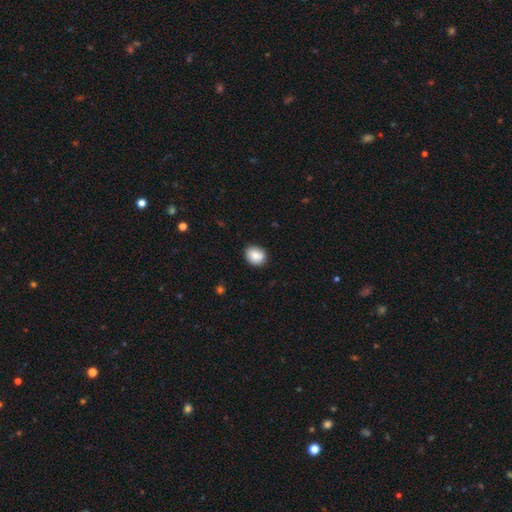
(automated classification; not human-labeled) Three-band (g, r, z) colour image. It shows a smooth galaxy with no disk features (86%) that is round (56%). Merging: none (83%).